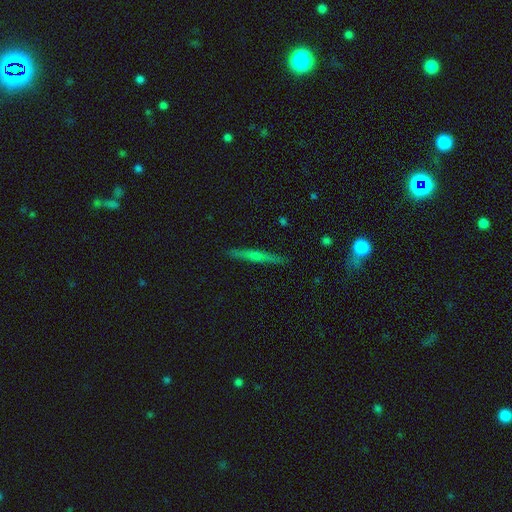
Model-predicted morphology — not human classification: Q: Smooth or featured?
A: featured or disk (60%); runner-up: smooth (33%)
Q: Edge-on disk?
A: yes (97%); runner-up: no (3%)
Q: Edge-on bulge?
A: rounded (61%); runner-up: none (32%)
Q: Merging?
A: none (91%); runner-up: minor disturbance (6%)